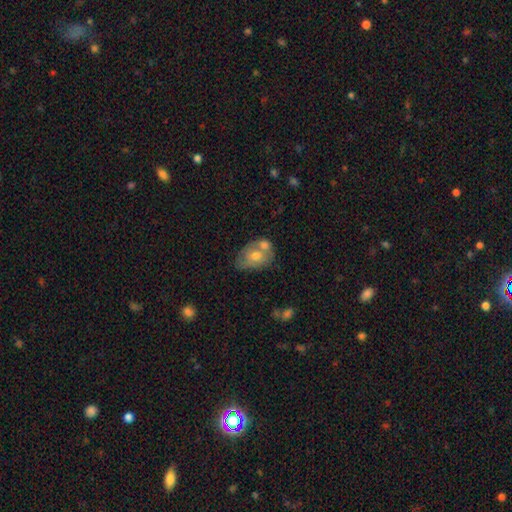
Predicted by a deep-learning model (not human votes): smooth_or_featured: smooth (p=0.60) [alt: featured or disk p=0.33]
how_rounded: in between (p=0.75) [alt: round p=0.24]
merging: merger (p=0.51) [alt: none p=0.27]